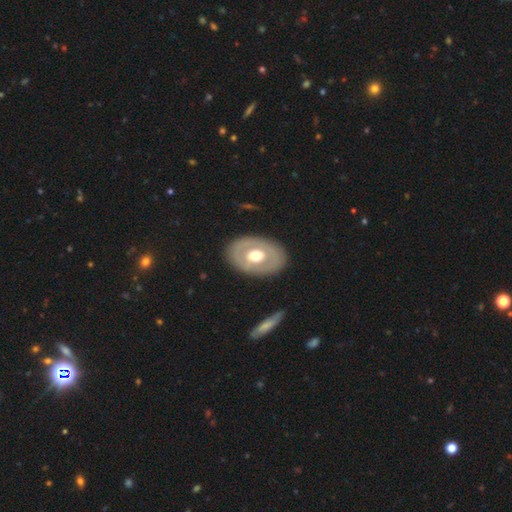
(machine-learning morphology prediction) smooth_or_featured: featured or disk (p=0.55) [alt: smooth p=0.40]
disk_edge_on: no (p=0.91) [alt: yes p=0.09]
bar: no (p=0.81) [alt: weak p=0.14]
has_spiral_arms: no (p=0.87) [alt: yes p=0.13]
bulge_size: moderate (p=0.71) [alt: large p=0.21]
merging: none (p=0.84) [alt: minor disturbance p=0.11]